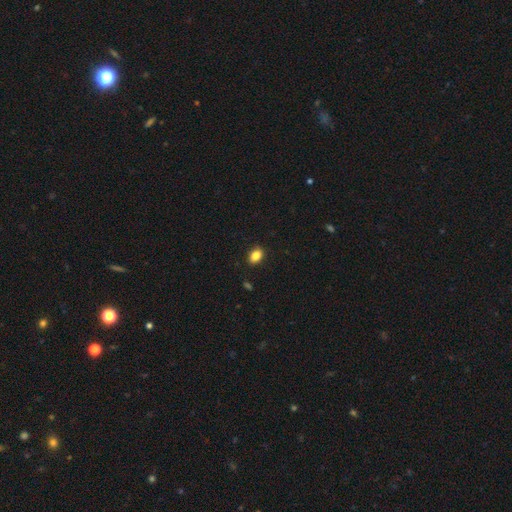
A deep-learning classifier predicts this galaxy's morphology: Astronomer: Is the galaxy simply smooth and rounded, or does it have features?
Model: smooth — 85%.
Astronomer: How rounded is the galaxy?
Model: in between — 77%.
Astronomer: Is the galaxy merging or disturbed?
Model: none — 89%.